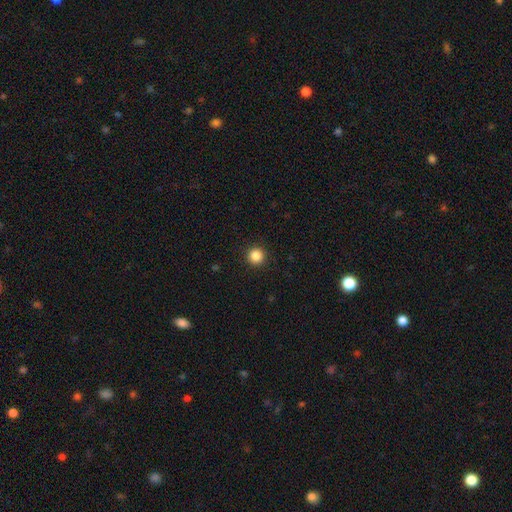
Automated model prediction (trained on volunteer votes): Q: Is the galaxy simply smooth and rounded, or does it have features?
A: smooth — 86%.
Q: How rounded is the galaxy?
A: round — 96%.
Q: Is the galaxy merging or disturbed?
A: none — 93%.